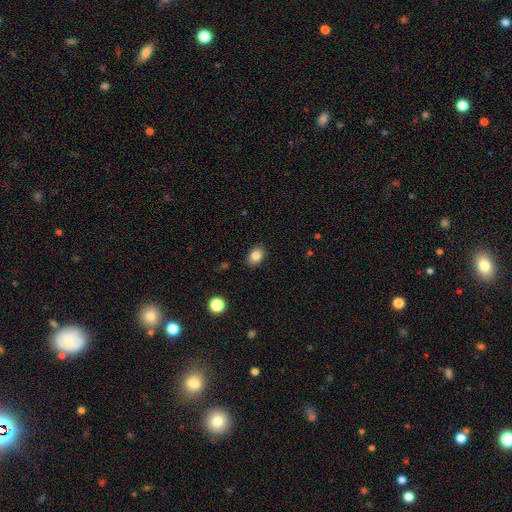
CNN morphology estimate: This appears to be a smooth galaxy with no disk features (84%) that is in between round and cigar-shaped (75%). Merging: none (88%).